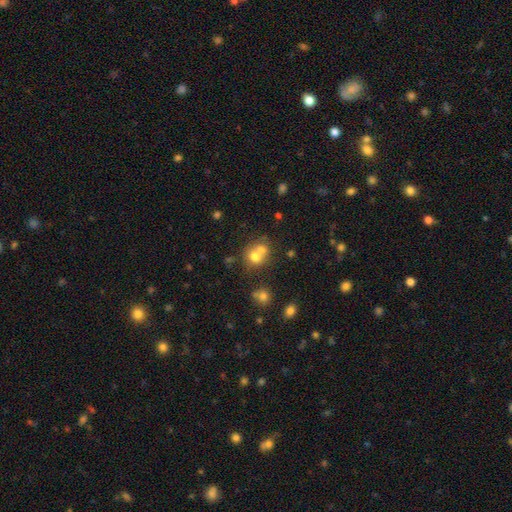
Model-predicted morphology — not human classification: Q: Smooth or featured?
A: smooth (69%); runner-up: featured or disk (17%)
Q: How rounded?
A: round (75%); runner-up: in between (24%)
Q: Merging?
A: merger (56%); runner-up: none (34%)